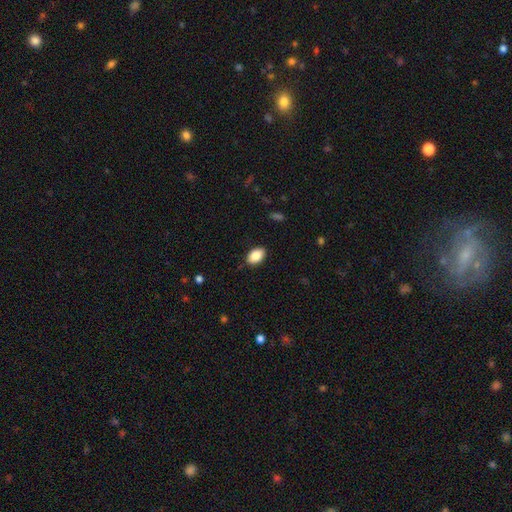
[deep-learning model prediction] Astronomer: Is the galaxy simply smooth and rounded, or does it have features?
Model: smooth — 87%.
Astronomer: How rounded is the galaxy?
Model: in between — 91%.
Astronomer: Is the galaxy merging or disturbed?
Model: none — 86%.